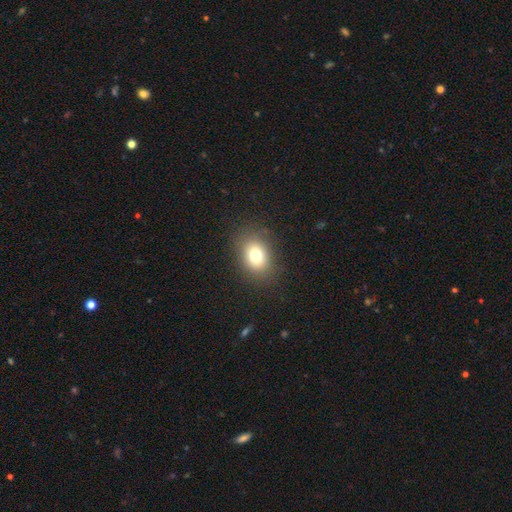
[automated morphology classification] Smooth or featured: smooth — 76% (star or artifact — 12%)
How rounded: in between — 63% (round — 36%)
Merging: none — 85% (minor disturbance — 10%)